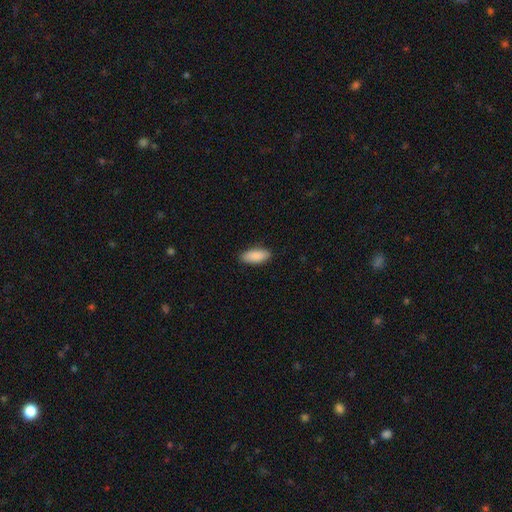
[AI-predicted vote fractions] A smooth galaxy with no disk features (90%) that is in between round and cigar-shaped (83%).

Vote fractions:
- Smooth or featured? smooth: 90% / star or artifact: 6% / featured or disk: 5%
- How rounded? in between: 83% / cigar-shaped: 15% / round: 2%
- Merging? none: 89% / minor disturbance: 9% / major disturbance: 2% / merger: 1%